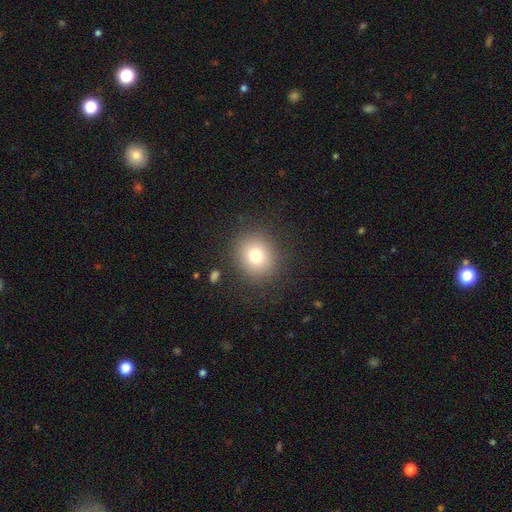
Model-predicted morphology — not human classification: This is likely a smooth galaxy (76%). How rounded: clearly round (84%). Merging: clearly none (87%).